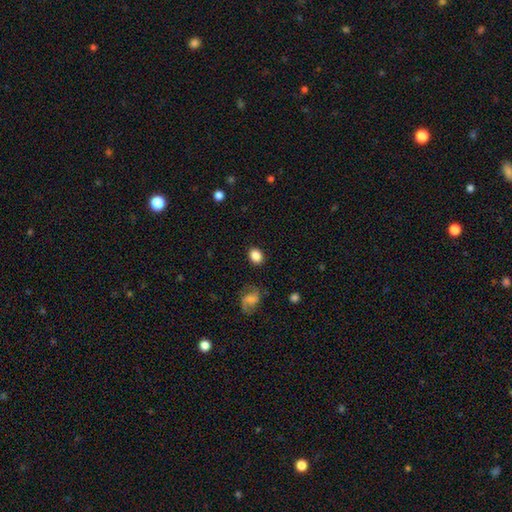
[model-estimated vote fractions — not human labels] Q: Smooth or featured?
A: smooth (85%); runner-up: star or artifact (9%)
Q: How rounded?
A: in between (52%); runner-up: round (47%)
Q: Merging?
A: none (85%); runner-up: minor disturbance (10%)